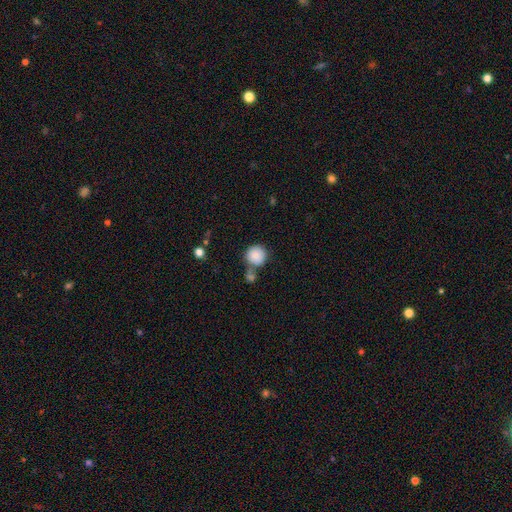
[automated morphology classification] Q: Smooth or featured?
A: smooth (87%); runner-up: star or artifact (8%)
Q: How rounded?
A: round (92%); runner-up: in between (7%)
Q: Merging?
A: none (58%); runner-up: merger (25%)